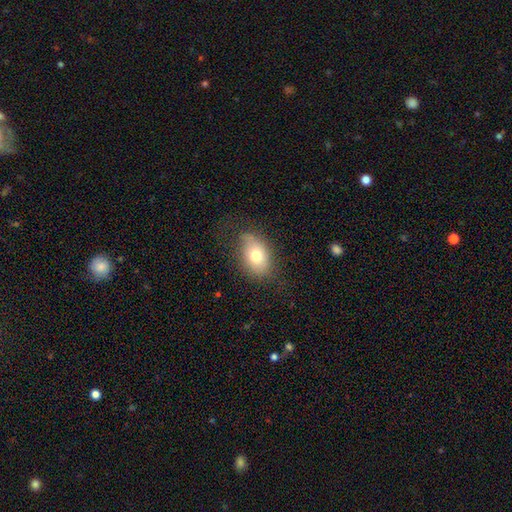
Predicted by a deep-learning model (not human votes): smooth-or-featured: smooth: 72% | featured or disk: 19% | star or artifact: 9%
  how-rounded: in between: 82% | round: 17% | cigar-shaped: 1%
  merging: none: 71% | minor disturbance: 21% | major disturbance: 7% | merger: 1%